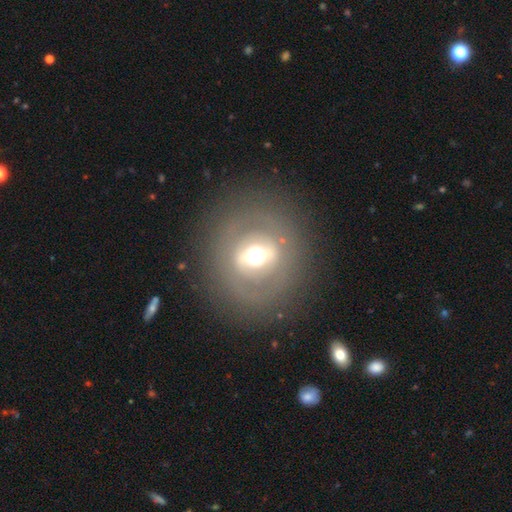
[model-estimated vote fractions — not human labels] The model was most divided on "smooth or featured": featured or disk: 47%, smooth: 39%, star or artifact: 14%. More confident: merging — none (82%).